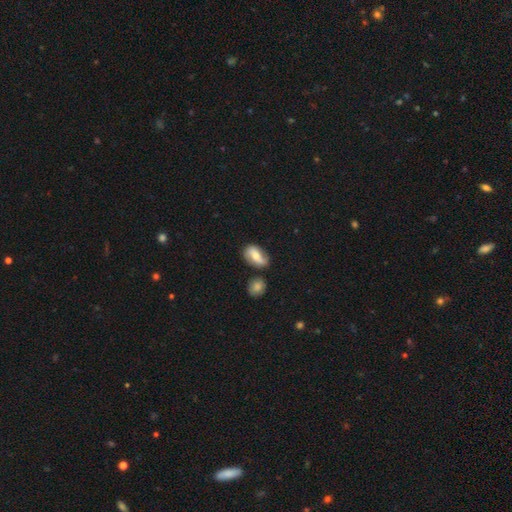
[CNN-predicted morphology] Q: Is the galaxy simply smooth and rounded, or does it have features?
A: smooth — 54%.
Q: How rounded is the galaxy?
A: in between — 85%.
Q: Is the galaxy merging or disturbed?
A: none — 62%.